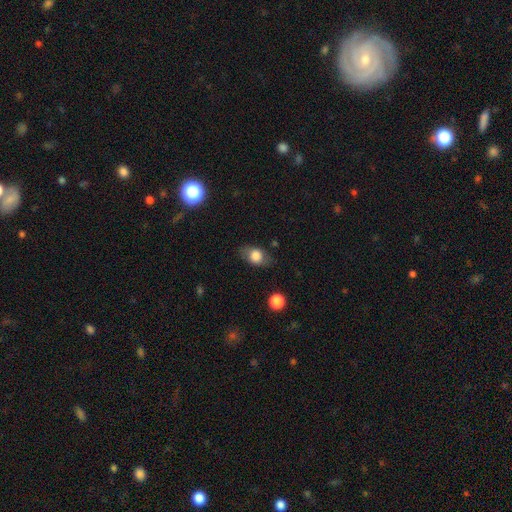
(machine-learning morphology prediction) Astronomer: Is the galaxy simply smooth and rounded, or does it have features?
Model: smooth — 72%.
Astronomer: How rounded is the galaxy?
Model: in between — 77%.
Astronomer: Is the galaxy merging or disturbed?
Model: none — 76%.